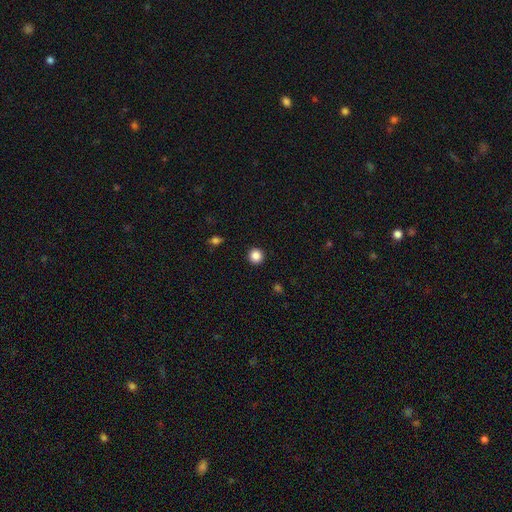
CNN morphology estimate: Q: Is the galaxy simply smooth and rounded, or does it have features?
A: smooth — 86%.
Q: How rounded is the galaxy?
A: round — 95%.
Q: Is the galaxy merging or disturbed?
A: none — 93%.